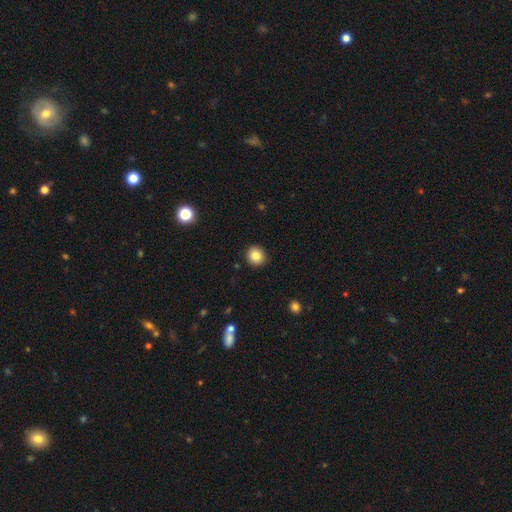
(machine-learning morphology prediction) smooth 84%, star or artifact 10%, featured or disk 6%. Down the decision tree: how rounded — round (91%); merging — none (92%).